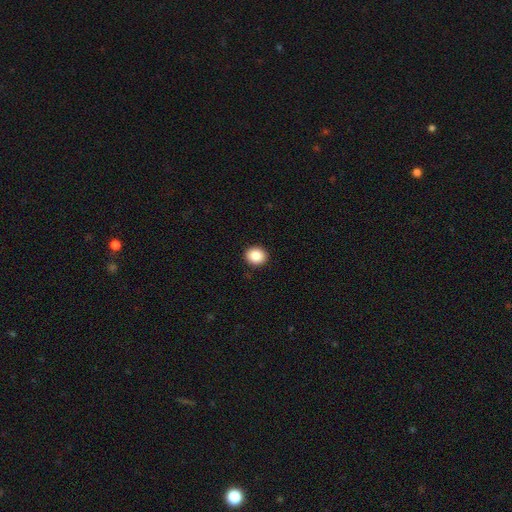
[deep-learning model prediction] Smooth or featured? smooth (87%)
How rounded? round (74%)
Merging? none (92%)